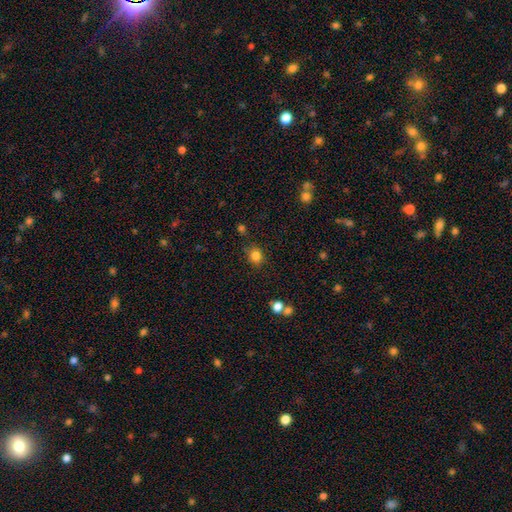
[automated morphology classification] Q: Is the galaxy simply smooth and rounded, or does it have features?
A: smooth — 83%.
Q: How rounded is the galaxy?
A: round — 74%.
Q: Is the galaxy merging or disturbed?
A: none — 79%.